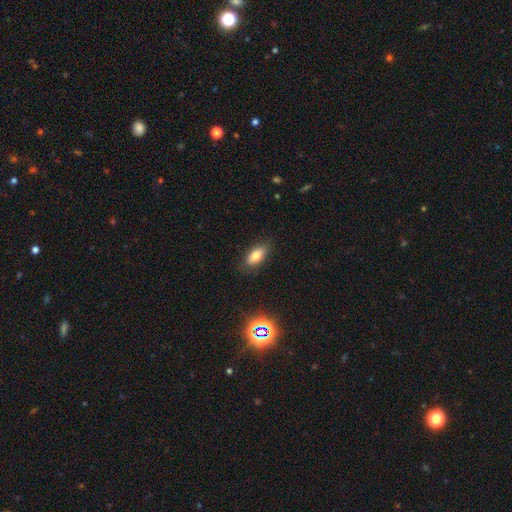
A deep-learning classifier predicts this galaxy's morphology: smooth 76%, featured or disk 13%, star or artifact 10%. Down the decision tree: how rounded — in between (81%); merging — none (85%).